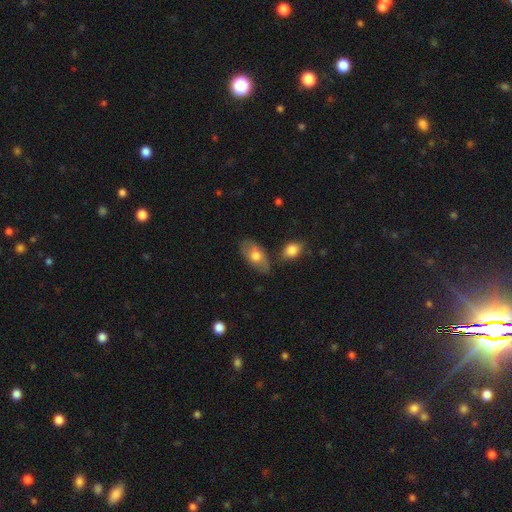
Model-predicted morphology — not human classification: A smooth galaxy with no disk features (64%) that is in between round and cigar-shaped (92%).

Vote fractions:
- Smooth or featured? smooth: 64% / featured or disk: 29% / star or artifact: 6%
- How rounded? in between: 92% / round: 5% / cigar-shaped: 3%
- Merging? none: 71% / minor disturbance: 17% / merger: 7% / major disturbance: 4%